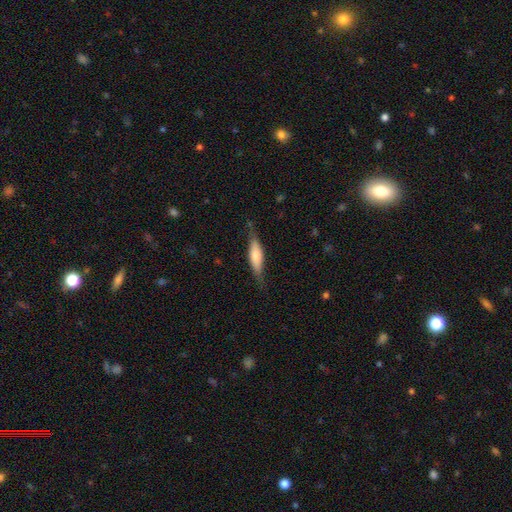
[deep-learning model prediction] A smooth galaxy with no disk features (57%) that is cigar-shaped (62%).

Vote fractions:
- Smooth or featured? smooth: 57% / featured or disk: 37% / star or artifact: 6%
- How rounded? cigar-shaped: 62% / in between: 36% / round: 2%
- Merging? none: 73% / minor disturbance: 20% / major disturbance: 6% / merger: 2%